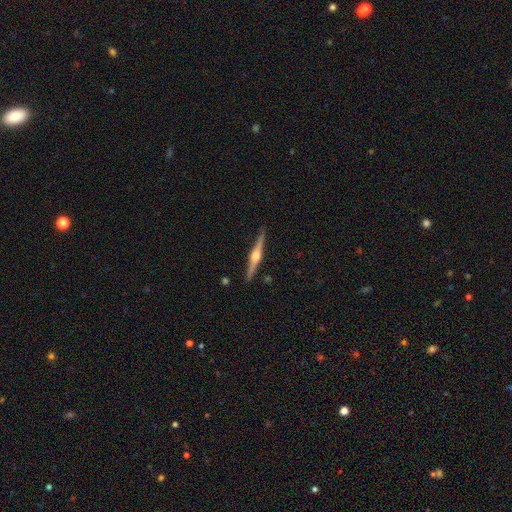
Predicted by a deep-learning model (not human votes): The model was most divided on "smooth or featured": featured or disk: 81%, smooth: 14%, star or artifact: 5%. More confident: edge-on disk — yes (98%); merging — none (91%); edge-on bulge — rounded (89%).